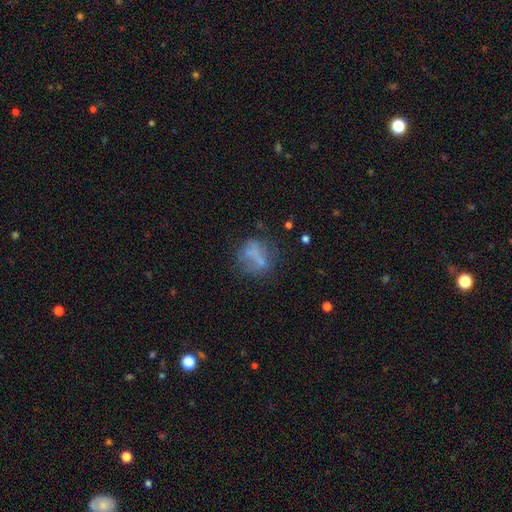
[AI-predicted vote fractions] Morphology: type=smooth (54%); roundness=round (63%); merging=none (48%).